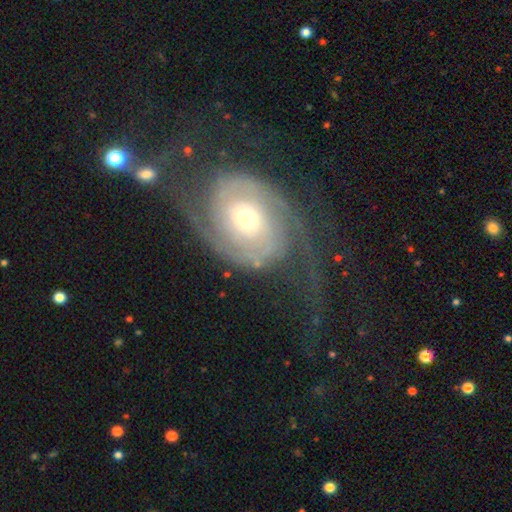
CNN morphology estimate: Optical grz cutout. It shows a featured or disk galaxy (84%) with no bar (70%), 2 (71%) tight (47%) spiral arms (93%) and a moderate central bulge (63%). Merging: none (59%).